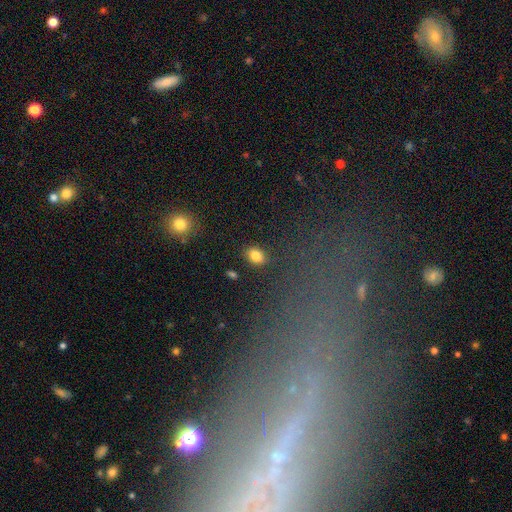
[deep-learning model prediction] Morphology: type=smooth (83%); roundness=in between (75%); merging=none (84%).